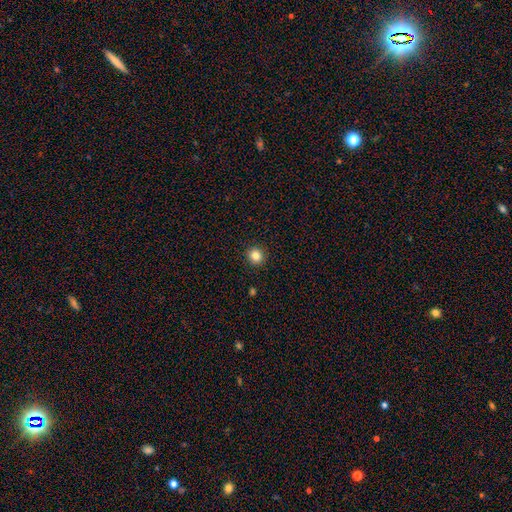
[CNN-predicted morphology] The model was most divided on "smooth or featured": smooth: 83%, star or artifact: 11%, featured or disk: 5%. More confident: merging — none (93%); how rounded — round (92%).